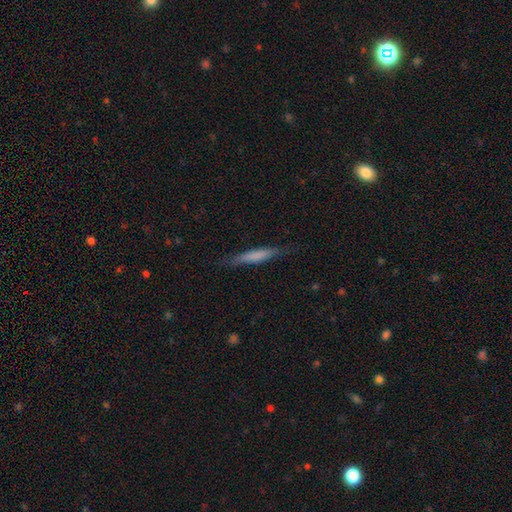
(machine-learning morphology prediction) smooth-or-featured: smooth: 66% | featured or disk: 28% | star or artifact: 6%
  how-rounded: cigar-shaped: 92% | in between: 7% | round: 1%
  merging: none: 81% | minor disturbance: 14% | major disturbance: 3% | merger: 1%